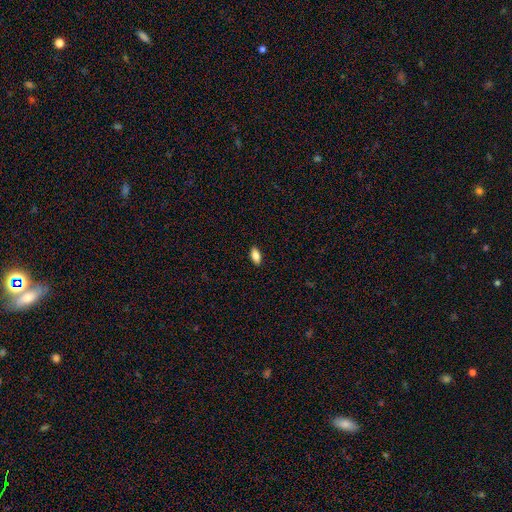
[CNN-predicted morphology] Q: Smooth or featured?
A: smooth (84%); runner-up: featured or disk (9%)
Q: How rounded?
A: in between (88%); runner-up: cigar-shaped (9%)
Q: Merging?
A: none (89%); runner-up: minor disturbance (8%)